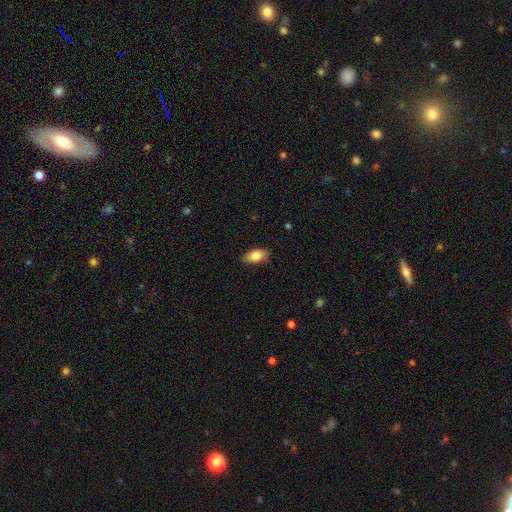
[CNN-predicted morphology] Q: Smooth or featured?
A: smooth (83%); runner-up: featured or disk (10%)
Q: How rounded?
A: in between (89%); runner-up: cigar-shaped (7%)
Q: Merging?
A: none (86%); runner-up: minor disturbance (11%)